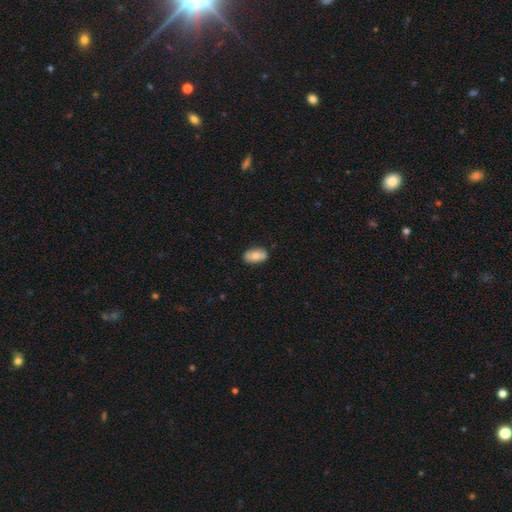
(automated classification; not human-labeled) Smooth or featured?
  - smooth: 71% *
  - featured or disk: 22%
  - star or artifact: 7%
How rounded?
  - in between: 91% *
  - round: 6%
  - cigar-shaped: 3%
Merging?
  - none: 84% *
  - minor disturbance: 12%
  - major disturbance: 2%
  - merger: 2%